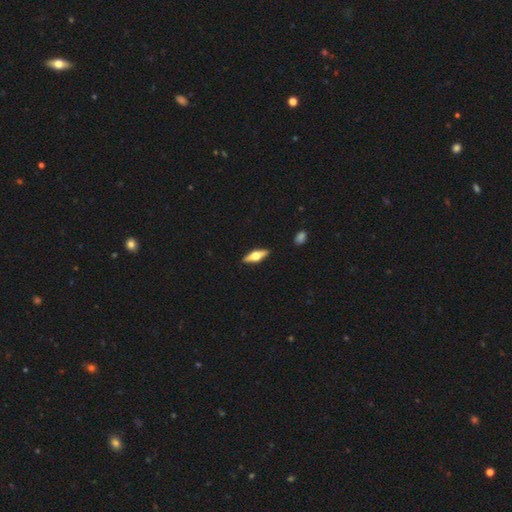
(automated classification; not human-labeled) smooth_or_featured: featured or disk (p=0.57) [alt: smooth p=0.37]
disk_edge_on: yes (p=0.93) [alt: no p=0.07]
edge_on_bulge: rounded (p=0.94) [alt: boxy p=0.04]
merging: none (p=0.90) [alt: minor disturbance p=0.08]